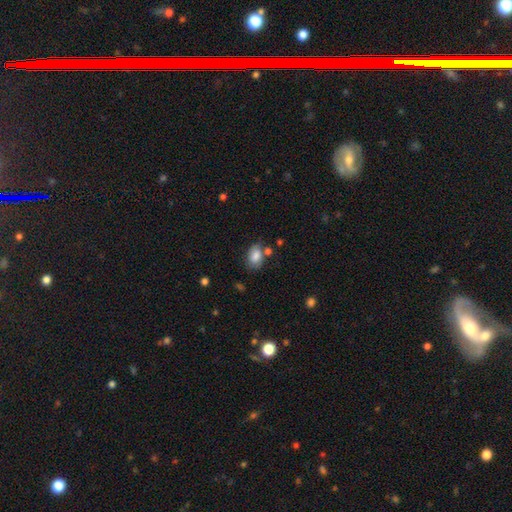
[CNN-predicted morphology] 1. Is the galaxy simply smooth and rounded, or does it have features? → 80% smooth, 12% featured or disk, 8% star or artifact.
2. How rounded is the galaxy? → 84% in between, 15% round, 1% cigar-shaped.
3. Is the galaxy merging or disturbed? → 60% none, 21% minor disturbance, 12% merger, 6% major disturbance.